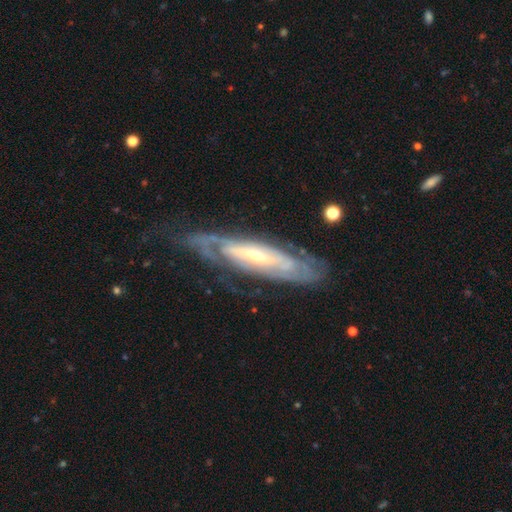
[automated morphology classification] featured or disk 84%, smooth 11%, star or artifact 5%. Down the decision tree: edge-on disk — no (75%); bar — no (42%); spiral arms — yes (88%); spiral arm count — can't tell (55%); spiral winding — tight (68%); bulge size — small (54%); merging — none (68%).